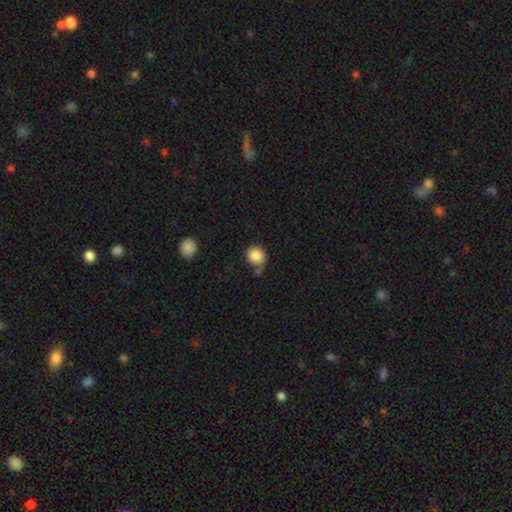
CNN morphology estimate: smooth_or_featured: smooth (p=0.87) [alt: star or artifact p=0.07]
how_rounded: round (p=0.85) [alt: in between p=0.14]
merging: none (p=0.52) [alt: minor disturbance p=0.23]